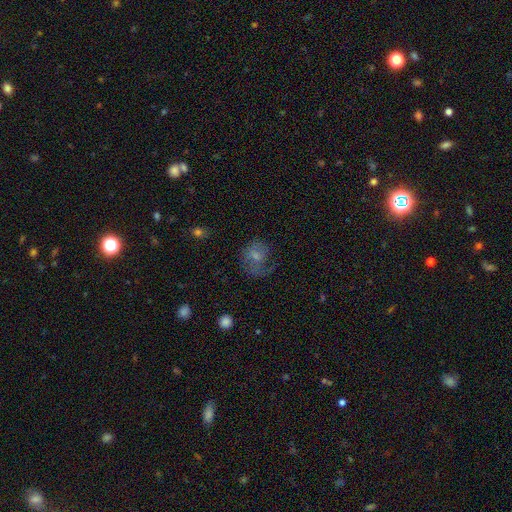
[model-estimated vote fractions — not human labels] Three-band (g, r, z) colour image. It shows a smooth galaxy with no disk features (49%). Merging: none (41%).